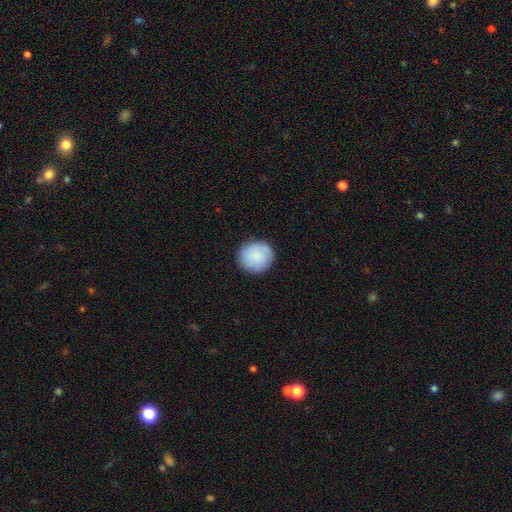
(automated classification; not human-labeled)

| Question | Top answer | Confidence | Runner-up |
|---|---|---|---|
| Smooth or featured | smooth | 85% | featured or disk (9%) |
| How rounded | round | 91% | in between (8%) |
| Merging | none | 88% | minor disturbance (9%) |